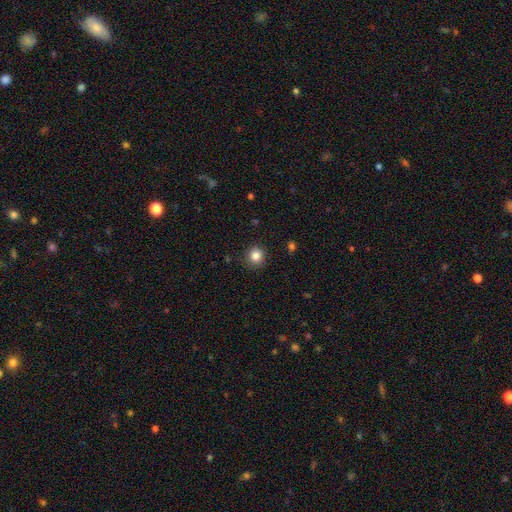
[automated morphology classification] The model was most divided on "smooth or featured": smooth: 84%, star or artifact: 11%, featured or disk: 5%. More confident: how rounded — round (90%); merging — none (89%).